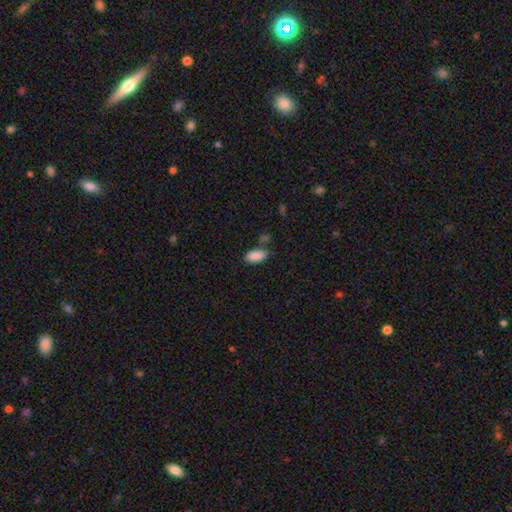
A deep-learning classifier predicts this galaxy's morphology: Q: Smooth or featured?
A: smooth (88%); runner-up: star or artifact (7%)
Q: How rounded?
A: in between (92%); runner-up: cigar-shaped (6%)
Q: Merging?
A: none (70%); runner-up: minor disturbance (17%)